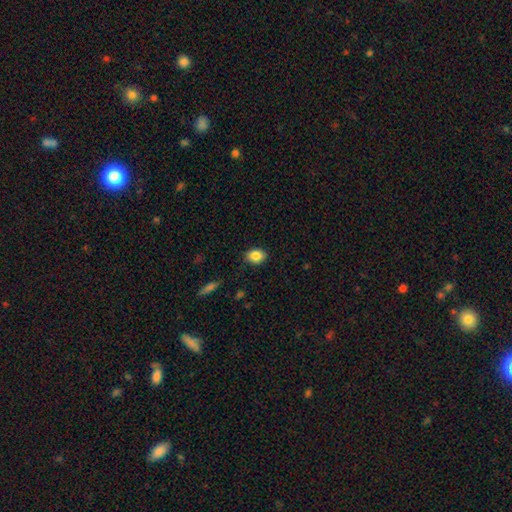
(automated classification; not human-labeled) A smooth galaxy with no disk features (86%) that is in between round and cigar-shaped (65%). Merging: none (86%).